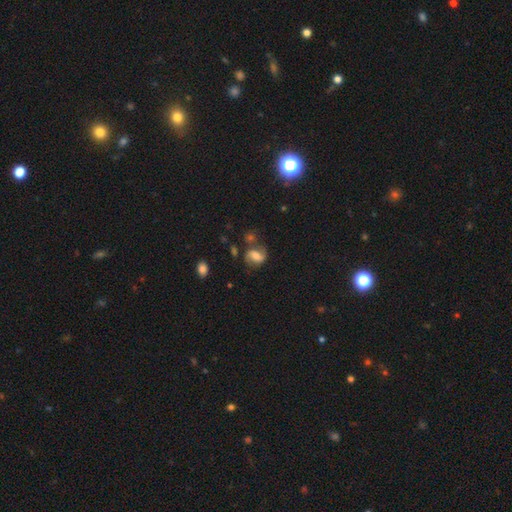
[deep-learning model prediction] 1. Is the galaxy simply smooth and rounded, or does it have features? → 61% featured or disk, 30% smooth, 9% star or artifact.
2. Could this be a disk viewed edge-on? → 97% no, 3% yes.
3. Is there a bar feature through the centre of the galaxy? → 43% weak, 30% no, 27% strong.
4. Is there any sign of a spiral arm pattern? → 88% yes, 12% no.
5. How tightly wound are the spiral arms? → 44% medium, 40% loose, 16% tight.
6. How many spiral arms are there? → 88% 2, 5% can't tell, 4% 1, 1% 3, 1% 4, 1% more than 4.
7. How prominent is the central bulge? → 50% moderate, 24% small, 16% large, 8% none, 3% dominant.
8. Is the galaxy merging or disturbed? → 62% none, 19% minor disturbance, 10% merger, 9% major disturbance.